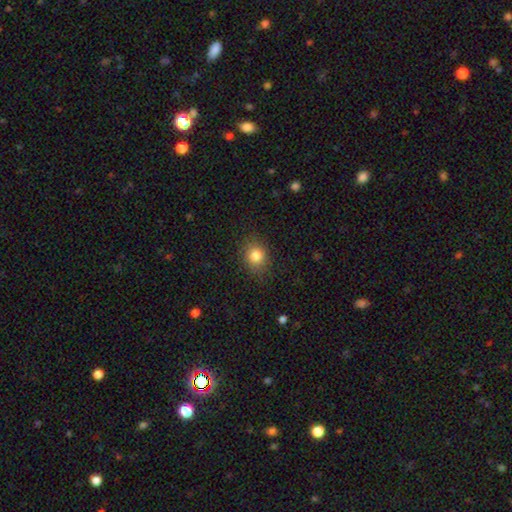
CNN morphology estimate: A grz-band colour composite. It shows a smooth galaxy with no disk features (83%) that is round (63%). Merging: none (84%).